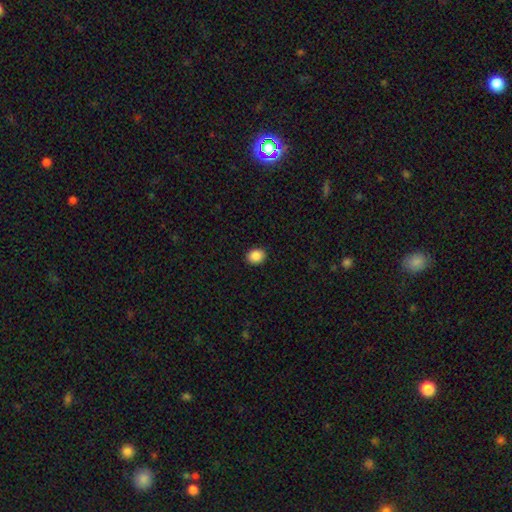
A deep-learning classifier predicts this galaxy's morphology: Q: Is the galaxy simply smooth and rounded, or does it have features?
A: smooth — 88%.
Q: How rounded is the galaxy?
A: round — 59%.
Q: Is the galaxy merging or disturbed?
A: none — 91%.